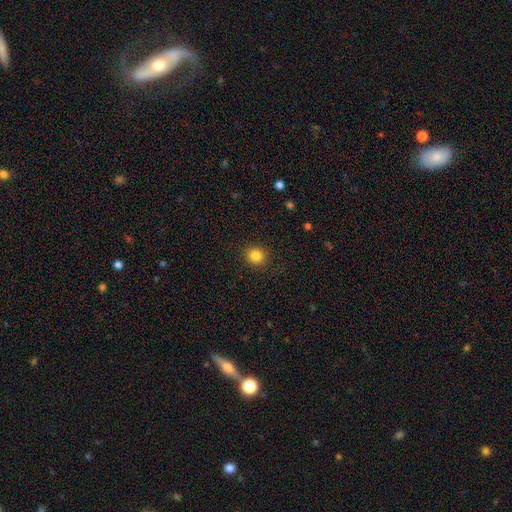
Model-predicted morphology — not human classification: smooth-or-featured: smooth: 84% | star or artifact: 12% | featured or disk: 5%
  how-rounded: round: 88% | in between: 11% | cigar-shaped: 1%
  merging: none: 91% | minor disturbance: 6% | major disturbance: 2% | merger: 1%